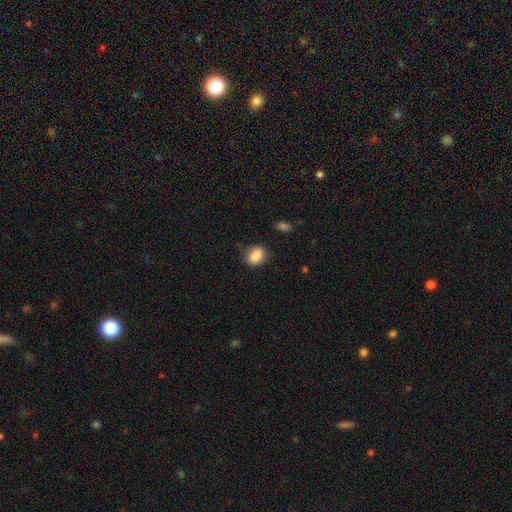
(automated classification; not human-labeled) A smooth galaxy with no disk features (85%) that is in between round and cigar-shaped (57%).

Vote fractions:
- Smooth or featured? smooth: 85% / star or artifact: 8% / featured or disk: 6%
- How rounded? in between: 57% / round: 41% / cigar-shaped: 1%
- Merging? none: 75% / minor disturbance: 19% / major disturbance: 4% / merger: 2%